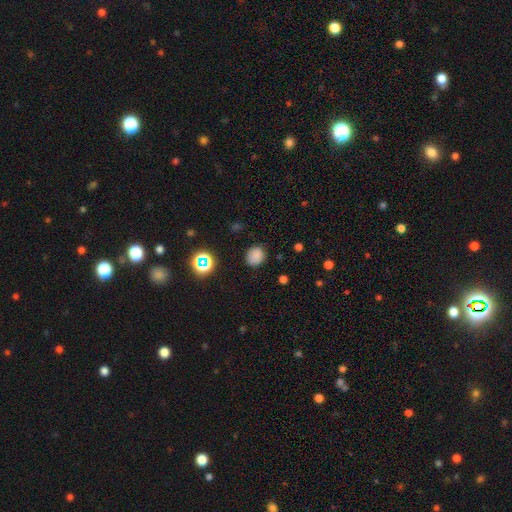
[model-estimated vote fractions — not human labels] A smooth galaxy with no disk features (79%) that is round (71%).

Vote fractions:
- Smooth or featured? smooth: 79% / star or artifact: 16% / featured or disk: 5%
- How rounded? round: 71% / in between: 28% / cigar-shaped: 1%
- Merging? none: 84% / minor disturbance: 11% / major disturbance: 3% / merger: 1%